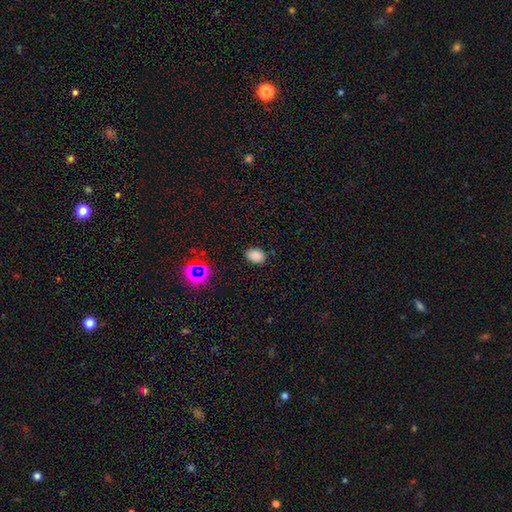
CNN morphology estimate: Q: Smooth or featured?
A: smooth (81%); runner-up: star or artifact (14%)
Q: How rounded?
A: in between (77%); runner-up: round (22%)
Q: Merging?
A: none (85%); runner-up: minor disturbance (11%)